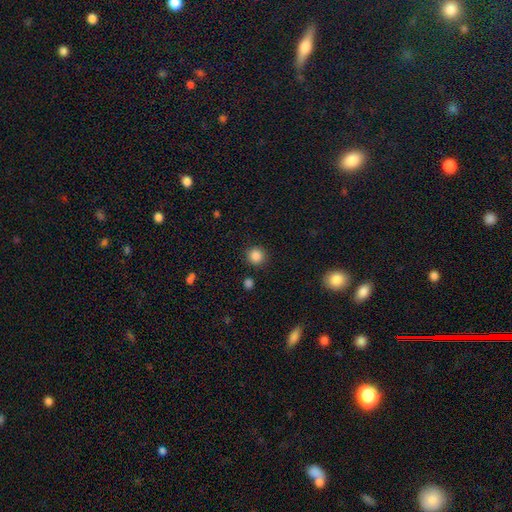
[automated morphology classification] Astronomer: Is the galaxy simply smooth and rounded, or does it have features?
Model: smooth — 86%.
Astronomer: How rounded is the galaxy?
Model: round — 93%.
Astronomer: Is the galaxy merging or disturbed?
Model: none — 89%.